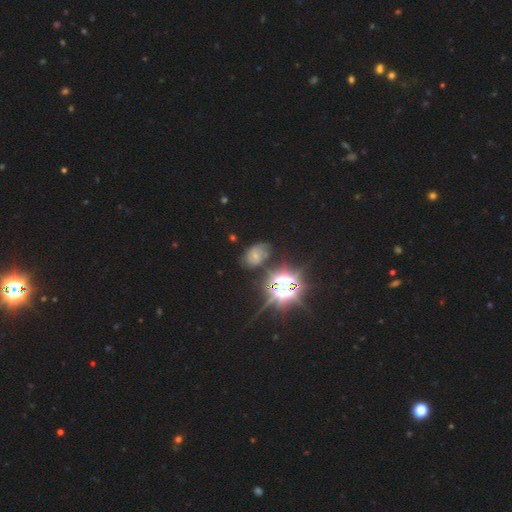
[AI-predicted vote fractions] Smooth or featured? star or artifact (36%)